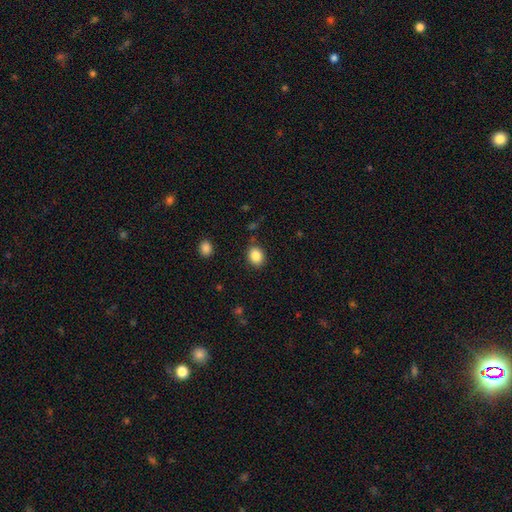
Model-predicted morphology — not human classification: Smooth or featured? Predicted: smooth (p=0.87). How rounded? Predicted: round (p=0.50). Merging? Predicted: none (p=0.85).